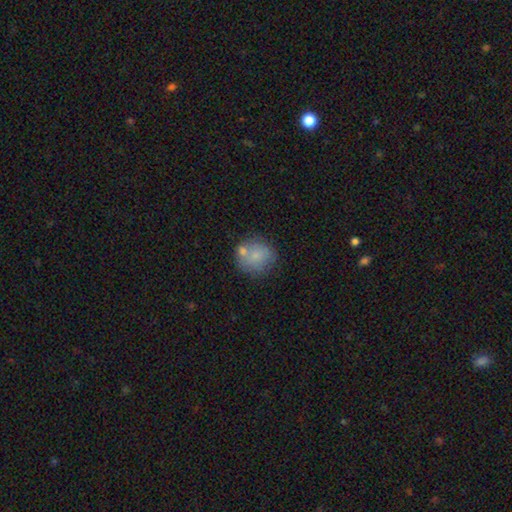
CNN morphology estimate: This appears to be a smooth galaxy with no disk features (76%) that is round (84%). Merging: none (58%).